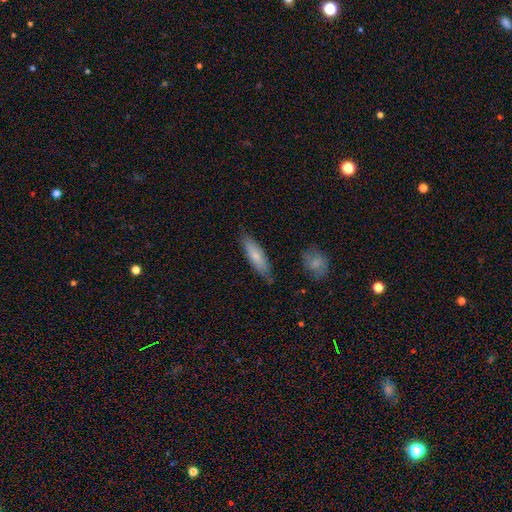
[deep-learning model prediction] Morphology: type=smooth (73%); roundness=cigar-shaped (62%); merging=none (80%).